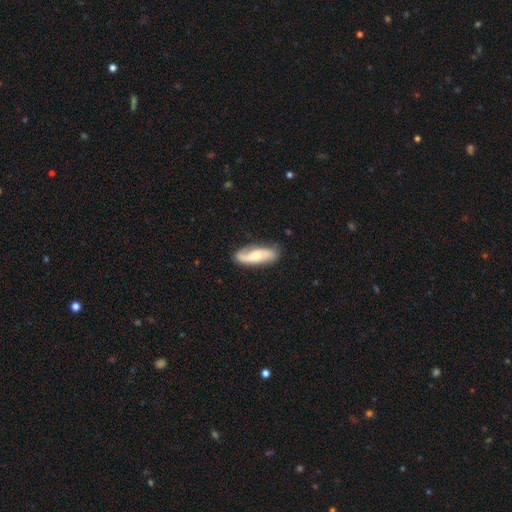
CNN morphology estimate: smooth_or_featured: featured or disk (p=0.63) [alt: smooth p=0.31]
disk_edge_on: no (p=0.86) [alt: yes p=0.14]
bar: no (p=0.55) [alt: weak p=0.34]
has_spiral_arms: yes (p=0.91) [alt: no p=0.09]
bulge_size: moderate (p=0.55) [alt: small p=0.29]
merging: none (p=0.77) [alt: minor disturbance p=0.17]